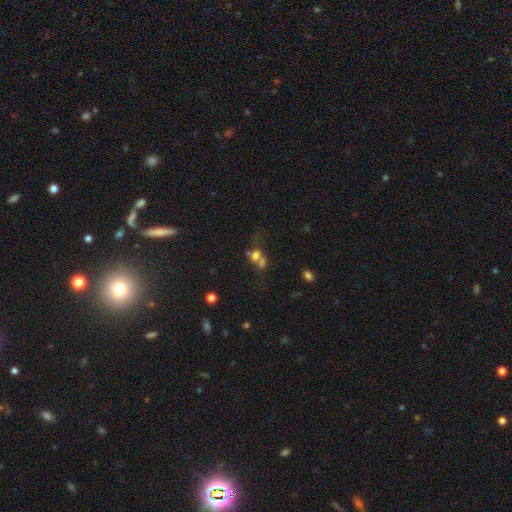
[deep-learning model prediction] Overall: smooth (63%). How rounded: round (67%; in between 31%). Merging: merger (57%; none 27%).